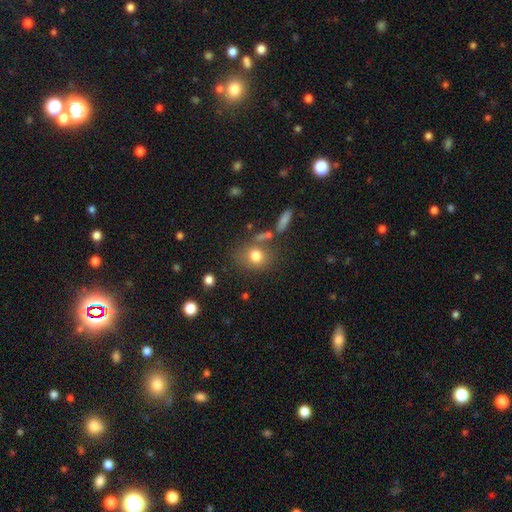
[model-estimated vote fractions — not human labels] A smooth galaxy with no disk features (77%) that is round (59%).

Vote fractions:
- Smooth or featured? smooth: 77% / star or artifact: 12% / featured or disk: 11%
- How rounded? round: 59% / in between: 39% / cigar-shaped: 2%
- Merging? none: 65% / minor disturbance: 15% / merger: 13% / major disturbance: 7%